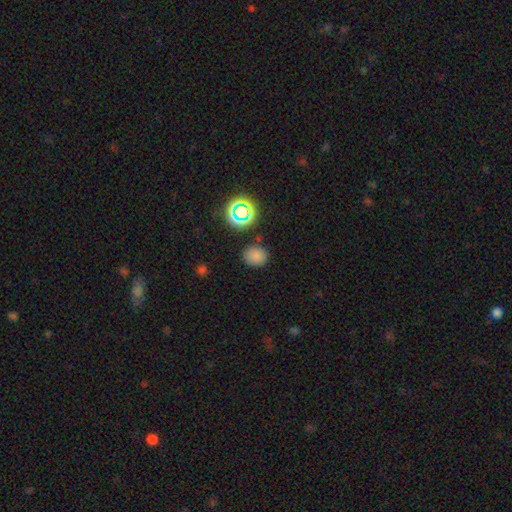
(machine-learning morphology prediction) A smooth galaxy with no disk features (75%) that is round (70%).

Vote fractions:
- Smooth or featured? smooth: 75% / star or artifact: 19% / featured or disk: 6%
- How rounded? round: 70% / in between: 29% / cigar-shaped: 1%
- Merging? none: 83% / minor disturbance: 11% / major disturbance: 3% / merger: 3%